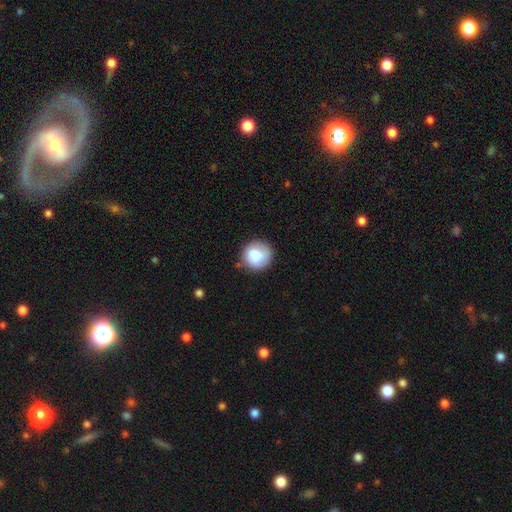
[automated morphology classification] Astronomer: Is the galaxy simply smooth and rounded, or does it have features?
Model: smooth — 80%.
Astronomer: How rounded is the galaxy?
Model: round — 89%.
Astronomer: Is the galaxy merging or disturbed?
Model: none — 75%.